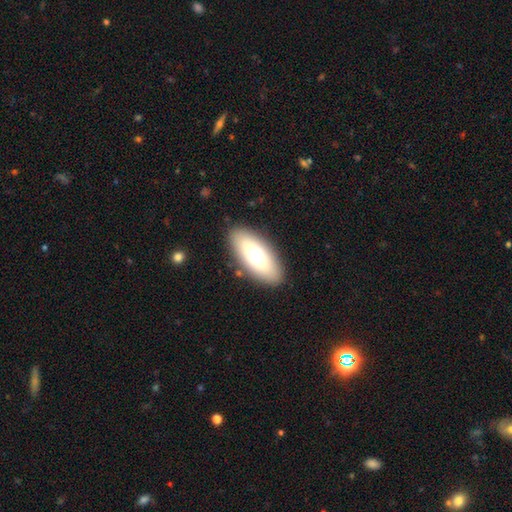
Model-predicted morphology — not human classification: smooth_or_featured: smooth (p=0.68) [alt: featured or disk p=0.25]
how_rounded: in between (p=0.84) [alt: cigar-shaped p=0.13]
merging: none (p=0.87) [alt: minor disturbance p=0.09]